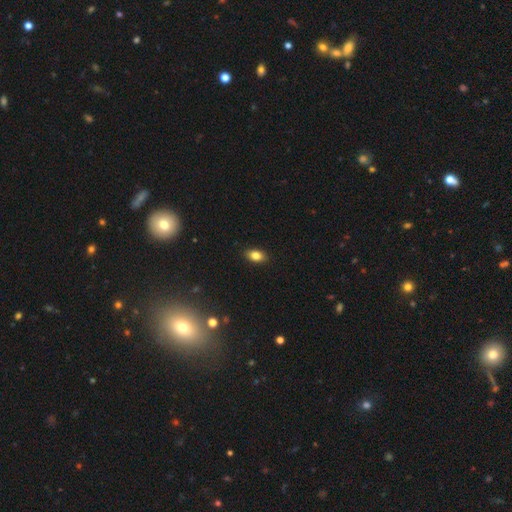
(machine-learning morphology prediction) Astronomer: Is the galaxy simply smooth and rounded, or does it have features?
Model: smooth — 82%.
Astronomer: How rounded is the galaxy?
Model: in between — 87%.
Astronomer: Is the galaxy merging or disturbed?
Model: none — 89%.